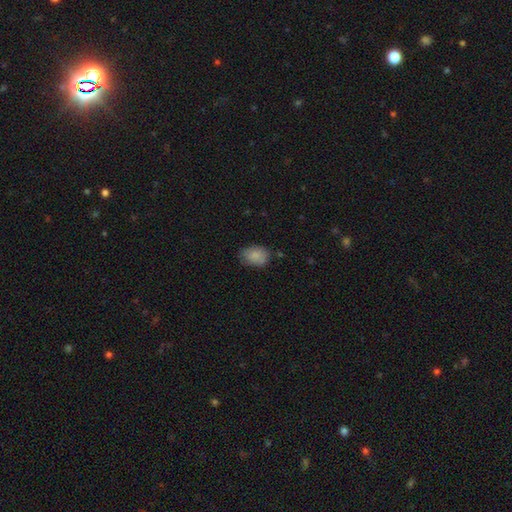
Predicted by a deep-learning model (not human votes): Smooth or featured? smooth (86%)
How rounded? in between (76%)
Merging? none (69%)